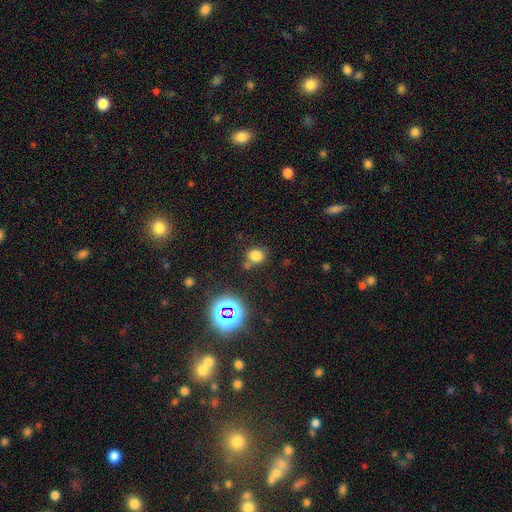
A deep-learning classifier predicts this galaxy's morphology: Smooth or featured? smooth (74%)
How rounded? round (69%)
Merging? none (67%)